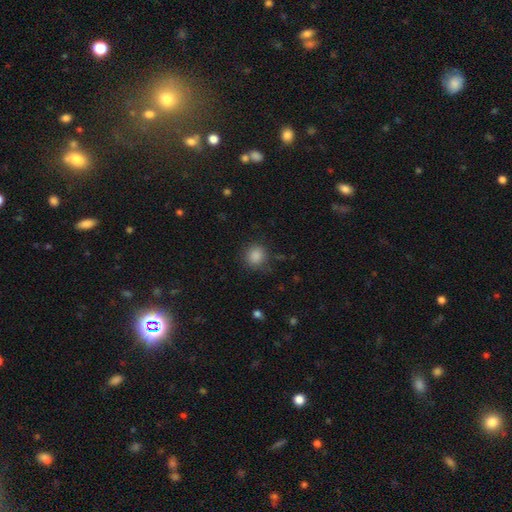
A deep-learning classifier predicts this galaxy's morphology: A smooth galaxy with no disk features (86%) that is round (85%).

Vote fractions:
- Smooth or featured? smooth: 86% / star or artifact: 10% / featured or disk: 4%
- How rounded? round: 85% / in between: 14% / cigar-shaped: 1%
- Merging? none: 83% / minor disturbance: 12% / major disturbance: 4% / merger: 1%